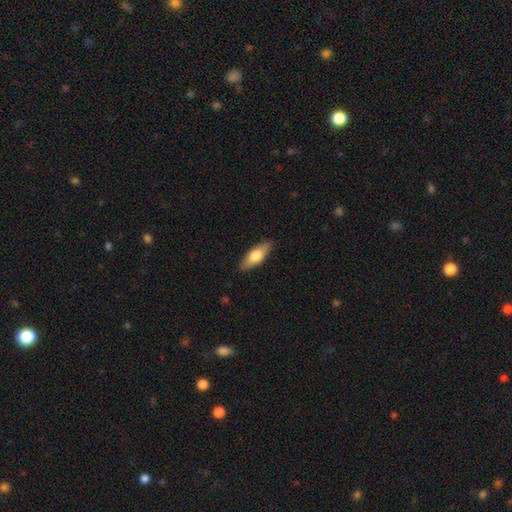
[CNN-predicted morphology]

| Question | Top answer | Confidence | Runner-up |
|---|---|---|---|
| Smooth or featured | smooth | 65% | featured or disk (29%) |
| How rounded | in between | 66% | cigar-shaped (31%) |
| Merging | none | 87% | minor disturbance (10%) |